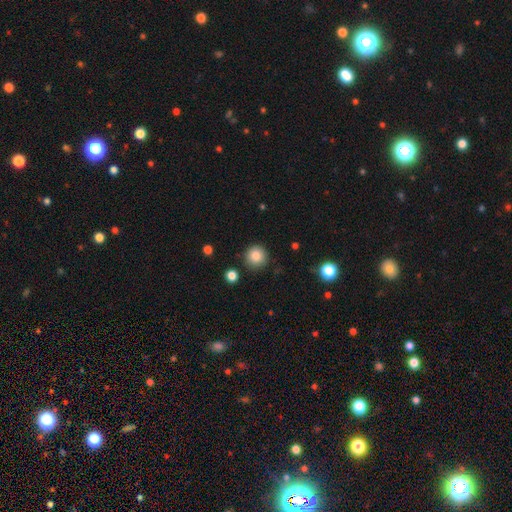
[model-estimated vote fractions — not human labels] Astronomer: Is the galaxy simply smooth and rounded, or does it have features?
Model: smooth — 85%.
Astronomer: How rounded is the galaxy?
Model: round — 94%.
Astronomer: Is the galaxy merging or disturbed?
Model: none — 88%.